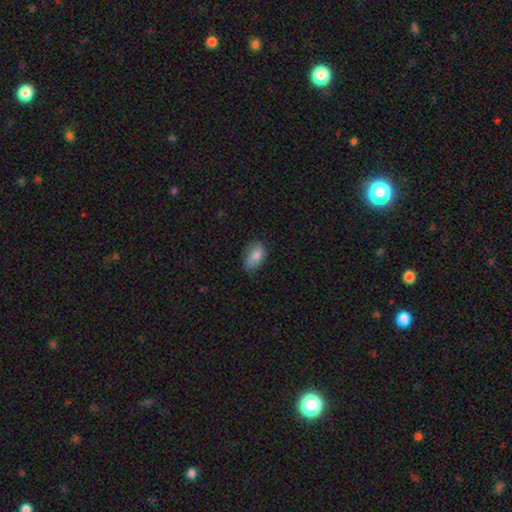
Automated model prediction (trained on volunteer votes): smooth 79%, featured or disk 13%, star or artifact 7%. Down the decision tree: how rounded — in between (88%); merging — none (70%).